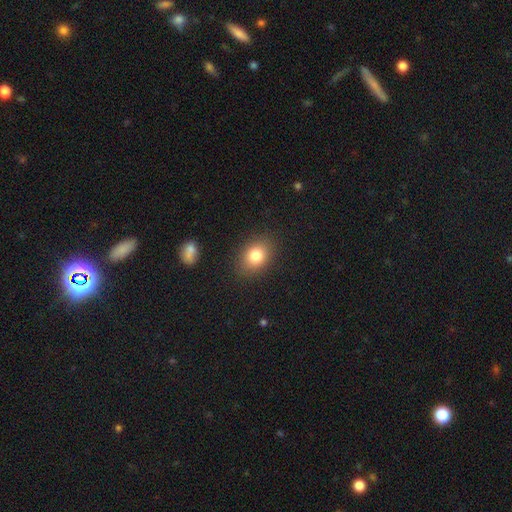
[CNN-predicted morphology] Smooth or featured: smooth — 81% (star or artifact — 10%)
How rounded: in between — 60% (round — 39%)
Merging: none — 85% (minor disturbance — 10%)